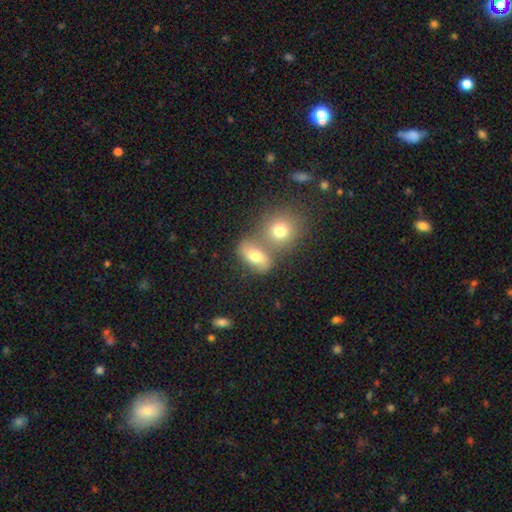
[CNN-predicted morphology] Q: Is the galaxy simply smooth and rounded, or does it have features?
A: smooth — 65%.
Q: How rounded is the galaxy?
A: in between — 65%.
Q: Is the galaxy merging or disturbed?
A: none — 44%.